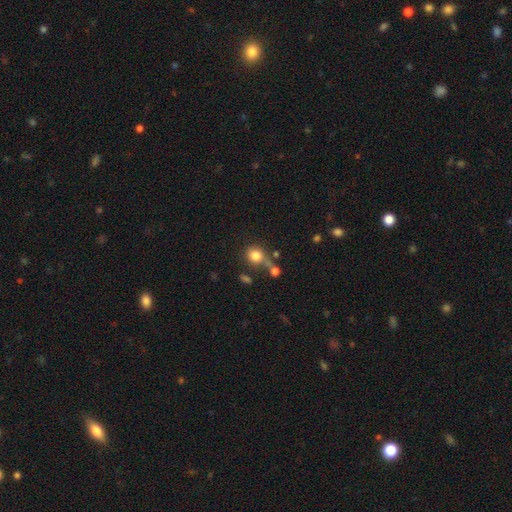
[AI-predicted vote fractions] smooth_or_featured: smooth (p=0.80) [alt: star or artifact p=0.10]
how_rounded: round (p=0.80) [alt: in between p=0.19]
merging: none (p=0.46) [alt: merger p=0.28]